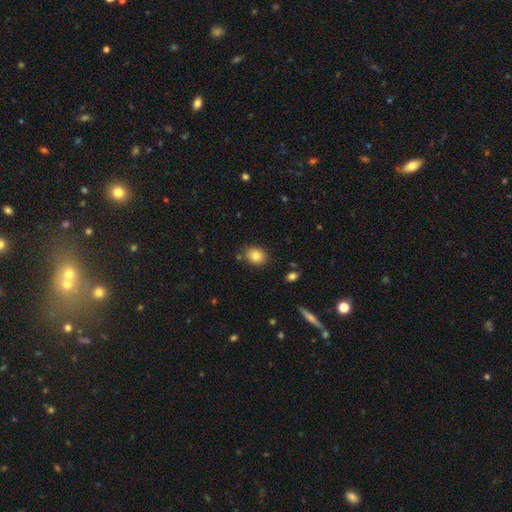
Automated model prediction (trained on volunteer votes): Smooth or featured?
  - smooth: 84% *
  - star or artifact: 9%
  - featured or disk: 7%
How rounded?
  - in between: 52% *
  - round: 47%
  - cigar-shaped: 1%
Merging?
  - none: 82% *
  - minor disturbance: 11%
  - merger: 4%
  - major disturbance: 3%